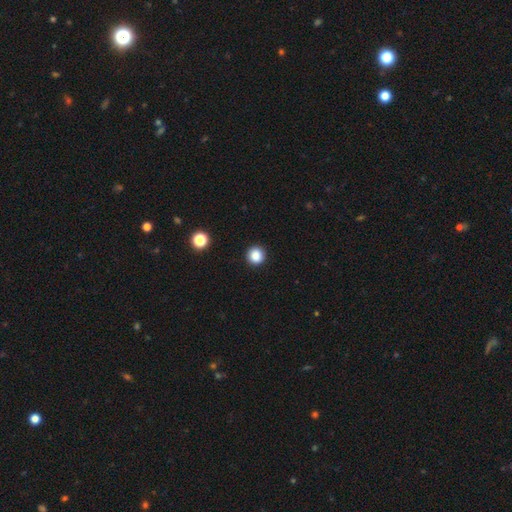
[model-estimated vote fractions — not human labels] A smooth galaxy with no disk features (86%) that is round (95%).

Vote fractions:
- Smooth or featured? smooth: 86% / star or artifact: 11% / featured or disk: 3%
- How rounded? round: 95% / in between: 4% / cigar-shaped: 1%
- Merging? none: 93% / minor disturbance: 5% / major disturbance: 2% / merger: 1%